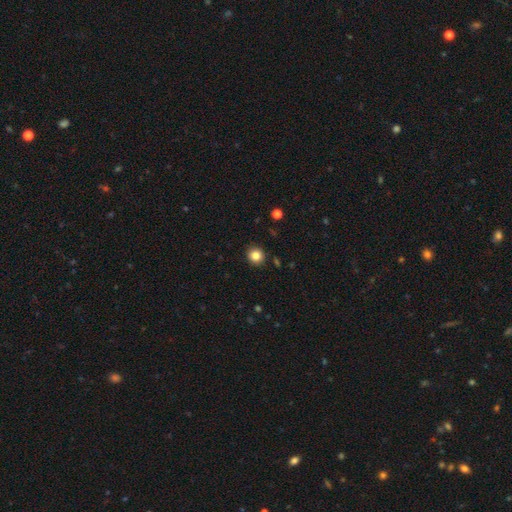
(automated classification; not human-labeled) Smooth or featured? smooth (84%)
How rounded? round (91%)
Merging? none (92%)